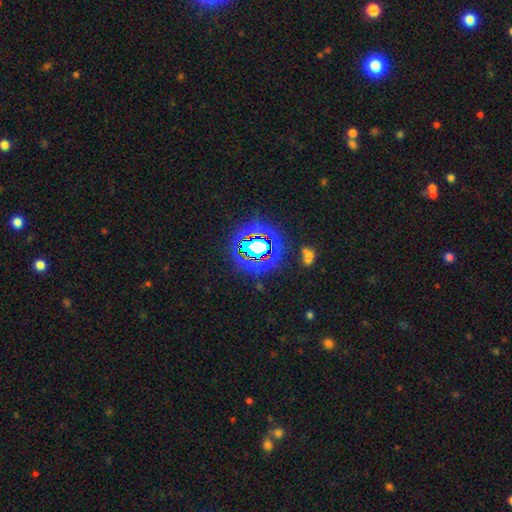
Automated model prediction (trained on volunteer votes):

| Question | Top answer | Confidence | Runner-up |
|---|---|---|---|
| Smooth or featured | star or artifact | 80% | smooth (12%) |